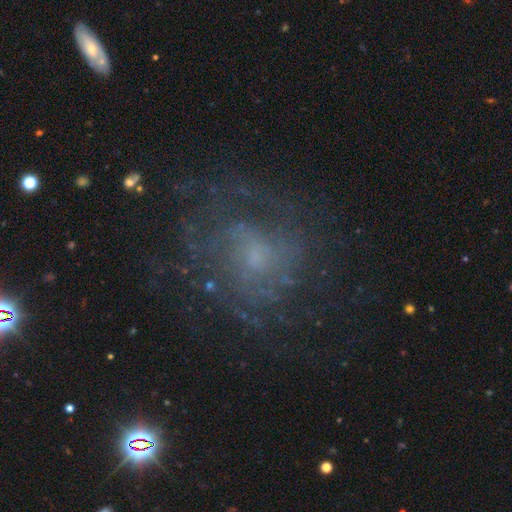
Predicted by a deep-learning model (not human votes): Smooth or featured: featured or disk — 69% (star or artifact — 16%)
Edge-on disk: no — 97% (yes — 3%)
Bar: no — 67% (weak — 29%)
Spiral arms: yes — 81% (no — 19%)
Spiral winding: tight — 49% (medium — 36%)
Spiral arm count: can't tell — 53% (2 — 16%)
Bulge size: small — 61% (moderate — 23%)
Merging: none — 68% (minor disturbance — 16%)